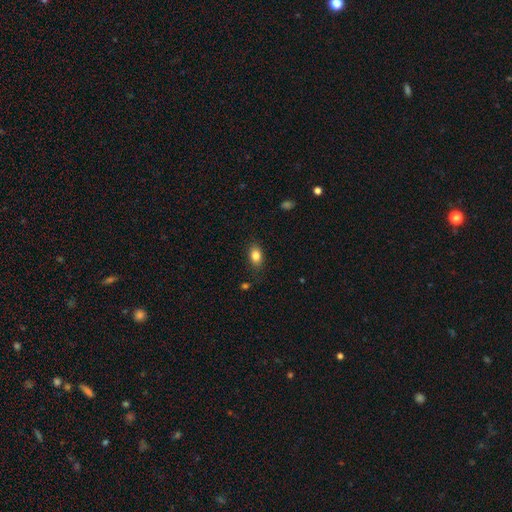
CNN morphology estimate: A smooth galaxy with no disk features (84%) that is in between round and cigar-shaped (83%).

Vote fractions:
- Smooth or featured? smooth: 84% / star or artifact: 9% / featured or disk: 7%
- How rounded? in between: 83% / round: 15% / cigar-shaped: 2%
- Merging? none: 84% / minor disturbance: 12% / major disturbance: 3% / merger: 1%